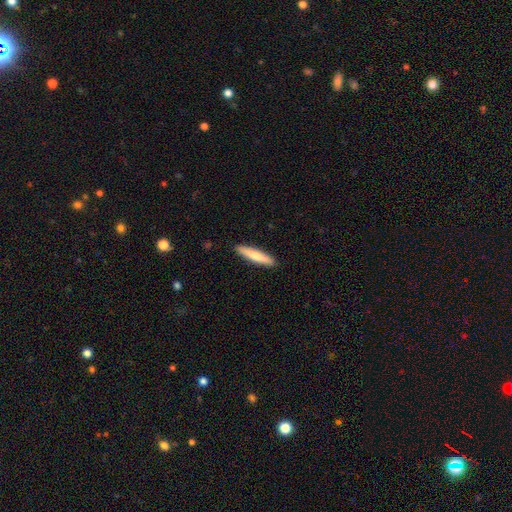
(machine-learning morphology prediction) Smooth or featured: smooth — 69% (featured or disk — 26%)
How rounded: cigar-shaped — 88% (in between — 11%)
Merging: none — 91% (minor disturbance — 7%)